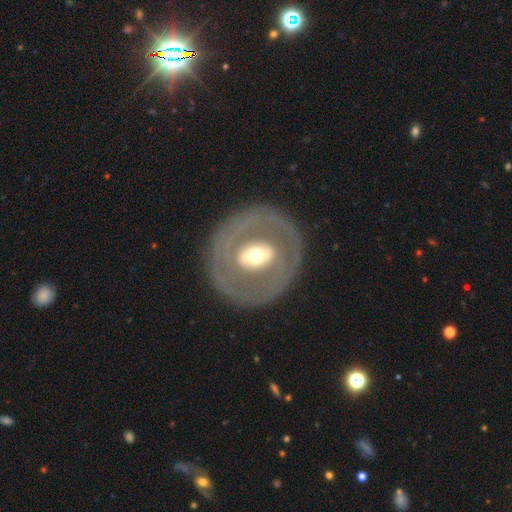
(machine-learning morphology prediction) Smooth or featured?
  - featured or disk: 65% *
  - smooth: 29%
  - star or artifact: 6%
Edge-on disk?
  - no: 92% *
  - yes: 8%
Bar?
  - no: 44% *
  - weak: 29%
  - strong: 27%
Spiral arms?
  - no: 78% *
  - yes: 22%
Bulge size?
  - moderate: 63% *
  - small: 20%
  - large: 14%
  - dominant: 2%
  - none: 1%
Merging?
  - none: 82% *
  - minor disturbance: 10%
  - major disturbance: 7%
  - merger: 1%